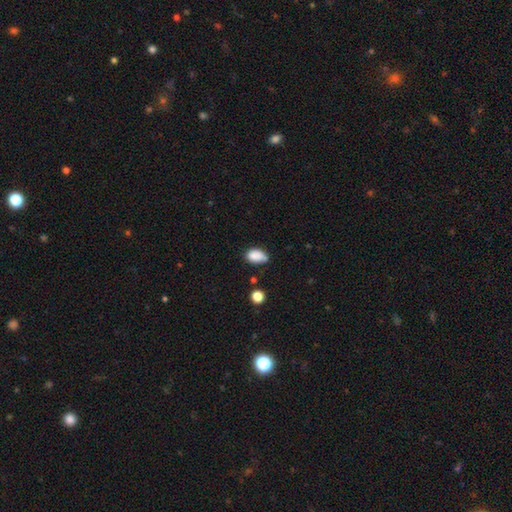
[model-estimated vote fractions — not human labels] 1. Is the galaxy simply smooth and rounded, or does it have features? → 84% smooth, 10% star or artifact, 6% featured or disk.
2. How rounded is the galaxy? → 86% in between, 13% round, 2% cigar-shaped.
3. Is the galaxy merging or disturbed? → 51% none, 33% minor disturbance, 8% merger, 8% major disturbance.